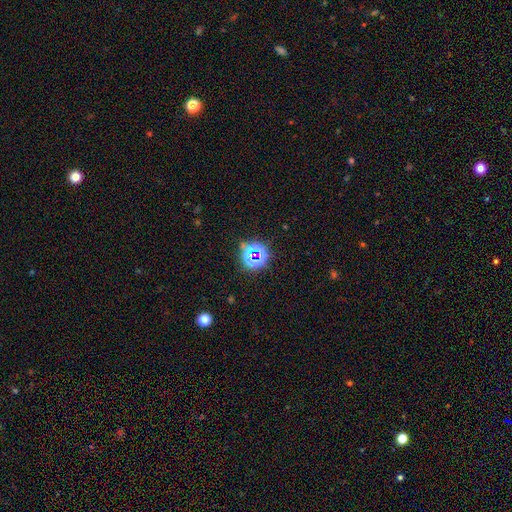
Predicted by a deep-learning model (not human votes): Overall: star or artifact (69%).